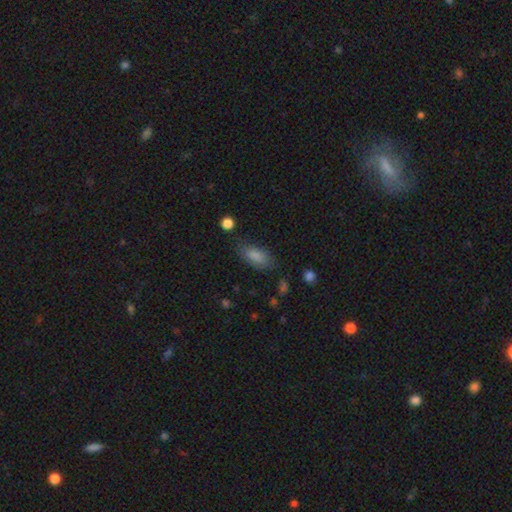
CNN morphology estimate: This is clearly a smooth galaxy (85%). How rounded: clearly in between (85%). Merging: likely none (74%).